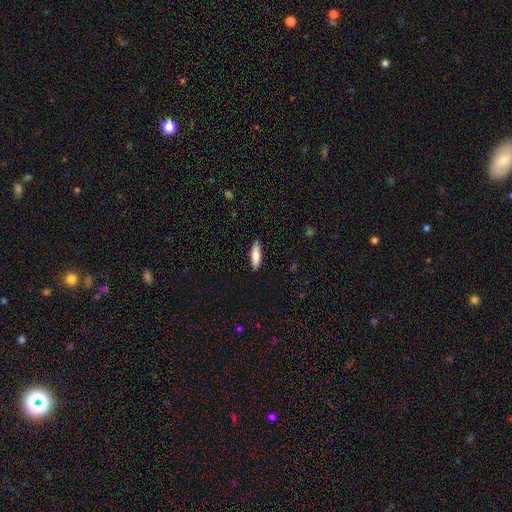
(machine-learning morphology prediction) smooth-or-featured: smooth: 80% | featured or disk: 14% | star or artifact: 6%
  how-rounded: cigar-shaped: 62% | in between: 36% | round: 2%
  merging: none: 88% | minor disturbance: 9% | major disturbance: 2% | merger: 1%